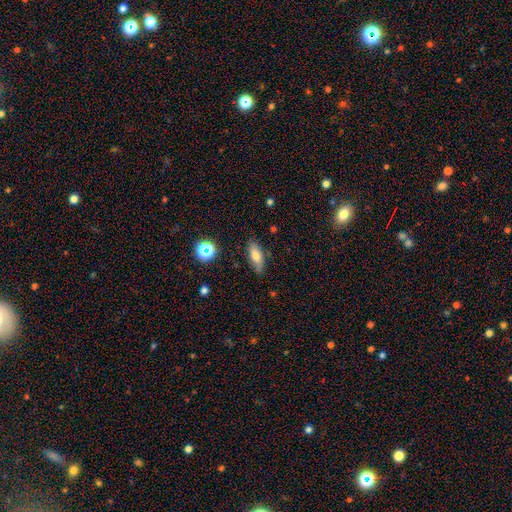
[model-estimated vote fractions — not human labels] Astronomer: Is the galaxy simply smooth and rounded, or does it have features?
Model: smooth — 69%.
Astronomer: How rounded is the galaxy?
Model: in between — 68%.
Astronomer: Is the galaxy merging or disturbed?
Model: none — 82%.